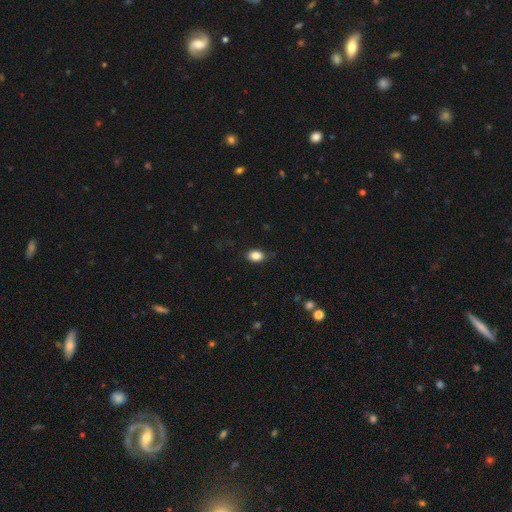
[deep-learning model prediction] smooth 86%, star or artifact 9%, featured or disk 5%. Down the decision tree: how rounded — in between (78%); merging — none (81%).